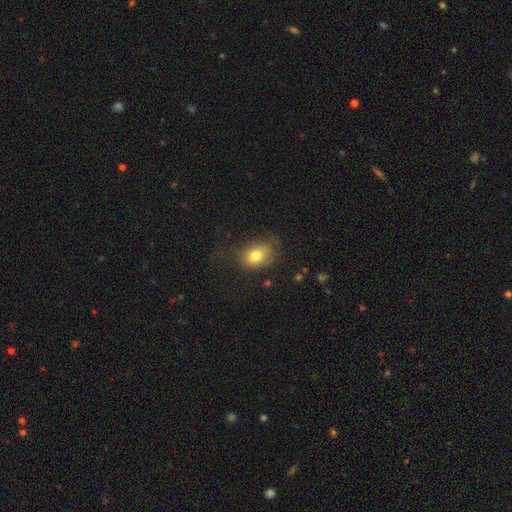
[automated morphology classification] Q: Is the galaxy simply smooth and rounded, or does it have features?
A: smooth — 76%.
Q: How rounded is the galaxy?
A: in between — 68%.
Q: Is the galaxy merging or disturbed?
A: none — 62%.